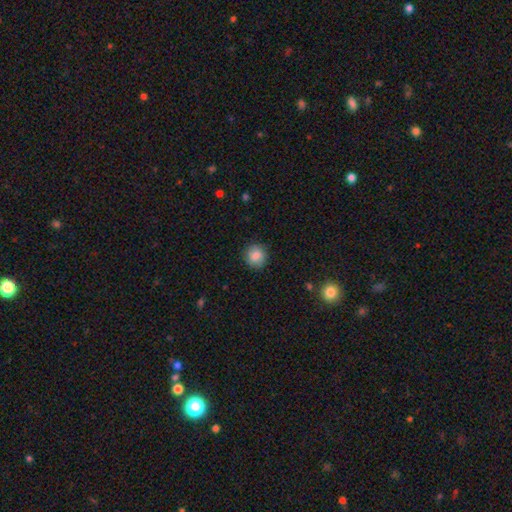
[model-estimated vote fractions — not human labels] Smooth or featured? smooth (84%)
How rounded? round (90%)
Merging? none (89%)